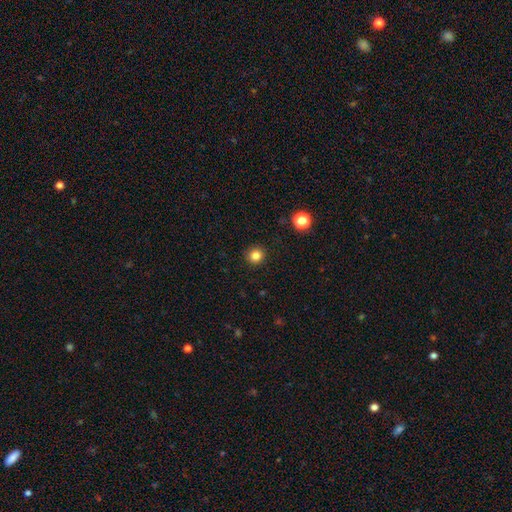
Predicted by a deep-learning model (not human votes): A smooth galaxy with no disk features (83%) that is round (92%). Merging: none (92%).